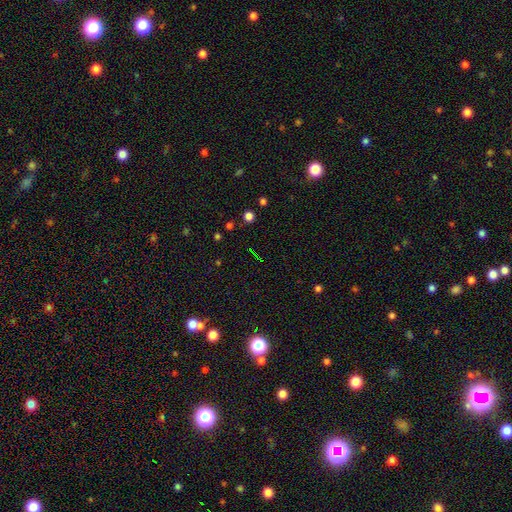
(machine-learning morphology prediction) Smooth or featured? star or artifact (66%)